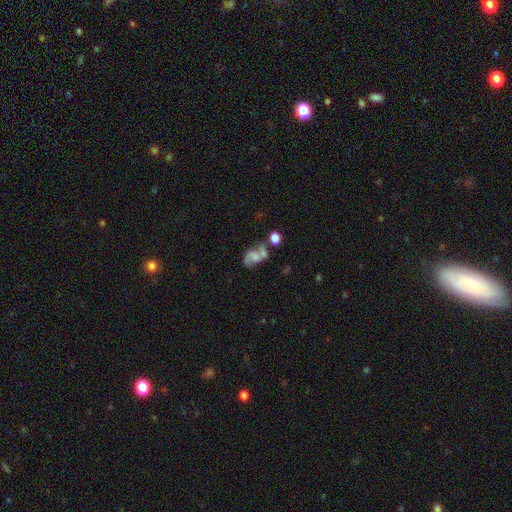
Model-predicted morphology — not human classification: Smooth or featured: featured or disk — 57% (smooth — 32%)
Edge-on disk: no — 97% (yes — 3%)
Bar: no — 60% (weak — 31%)
Spiral arms: yes — 80% (no — 20%)
Bulge size: none — 41% (small — 29%)
Merging: merger — 34% (none — 33%)